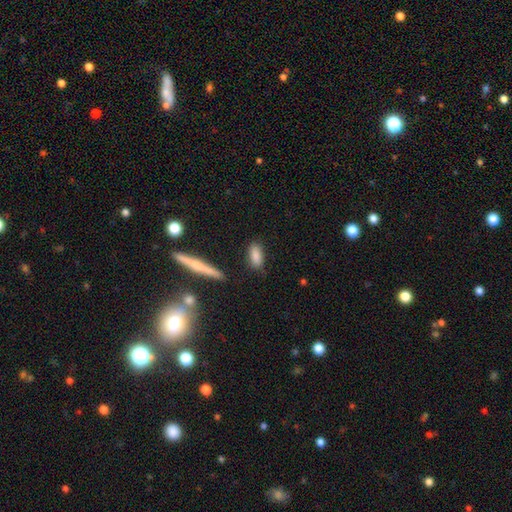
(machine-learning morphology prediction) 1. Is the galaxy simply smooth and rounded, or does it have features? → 85% smooth, 8% featured or disk, 7% star or artifact.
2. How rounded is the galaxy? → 78% in between, 19% cigar-shaped, 3% round.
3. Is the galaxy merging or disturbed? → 83% none, 12% minor disturbance, 3% major disturbance, 3% merger.